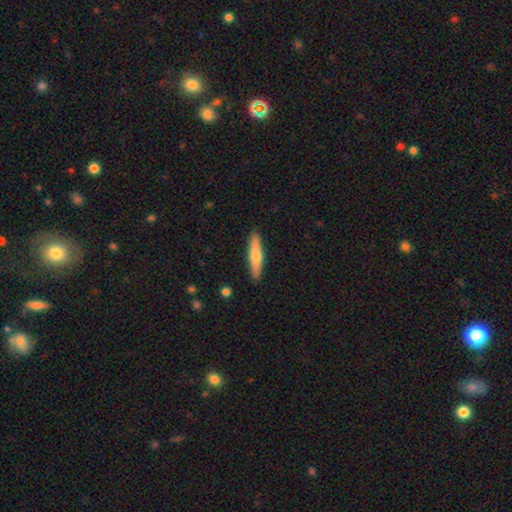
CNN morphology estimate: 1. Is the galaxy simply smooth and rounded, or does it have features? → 63% smooth, 31% featured or disk, 5% star or artifact.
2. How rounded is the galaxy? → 85% cigar-shaped, 13% in between, 2% round.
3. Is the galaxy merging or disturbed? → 90% none, 7% minor disturbance, 1% major disturbance, 1% merger.